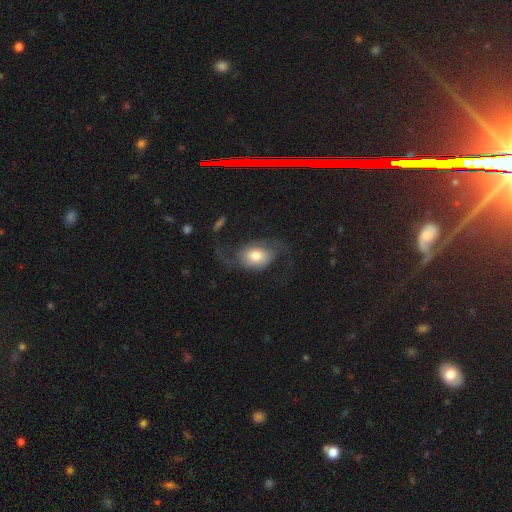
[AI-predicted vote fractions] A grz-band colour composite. It shows a featured or disk galaxy (52%). Merging: none (45%).